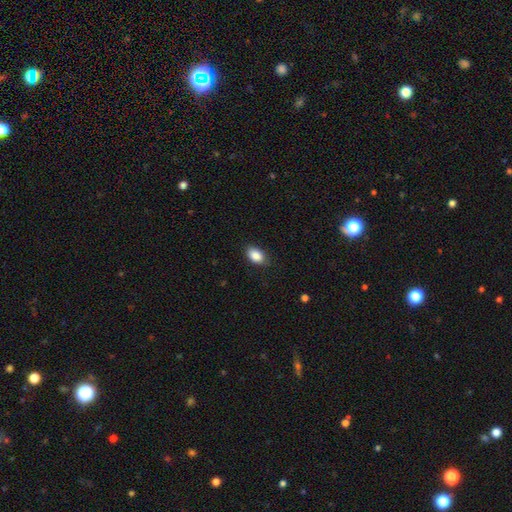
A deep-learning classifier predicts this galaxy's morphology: A smooth galaxy with no disk features (88%) that is in between round and cigar-shaped (88%).

Vote fractions:
- Smooth or featured? smooth: 88% / star or artifact: 8% / featured or disk: 4%
- How rounded? in between: 88% / round: 10% / cigar-shaped: 2%
- Merging? none: 83% / minor disturbance: 13% / major disturbance: 3% / merger: 1%